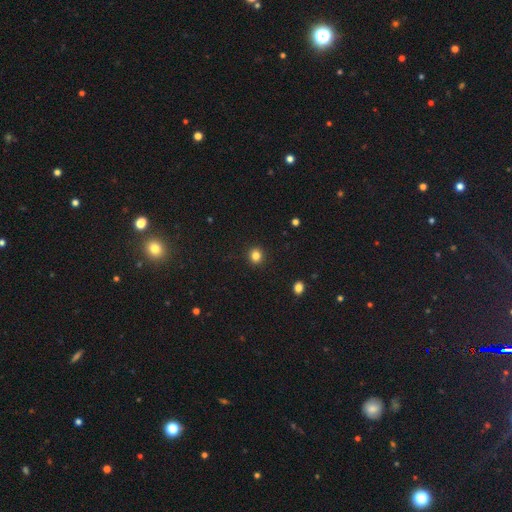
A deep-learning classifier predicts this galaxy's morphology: Smooth or featured? Predicted: smooth (p=0.84). How rounded? Predicted: round (p=0.86). Merging? Predicted: none (p=0.92).